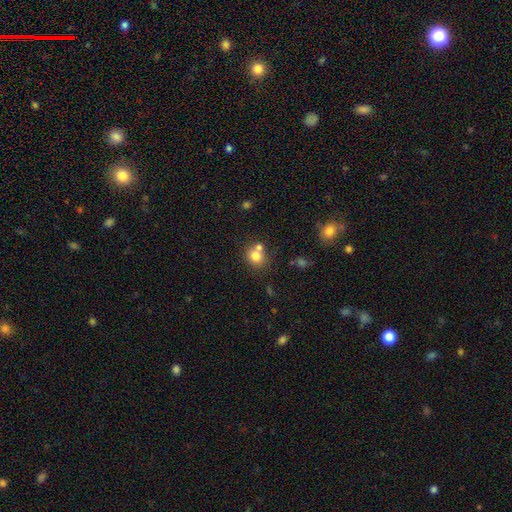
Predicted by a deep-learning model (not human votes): Smooth or featured? smooth (78%)
How rounded? round (80%)
Merging? none (53%)